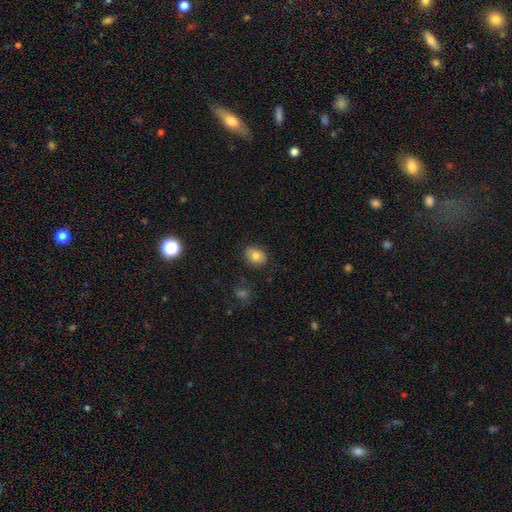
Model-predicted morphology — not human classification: Q: Smooth or featured?
A: smooth (79%); runner-up: featured or disk (12%)
Q: How rounded?
A: in between (67%); runner-up: round (31%)
Q: Merging?
A: none (85%); runner-up: minor disturbance (11%)